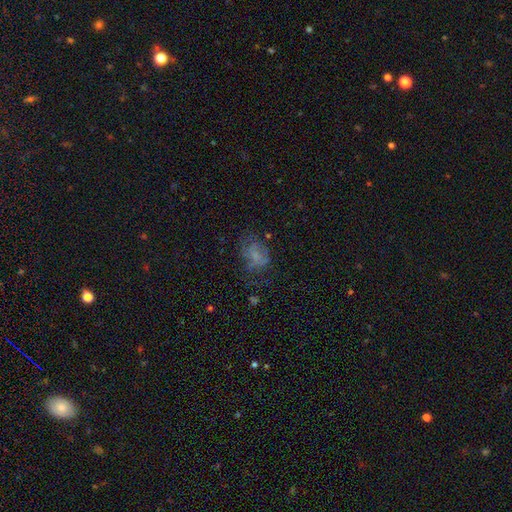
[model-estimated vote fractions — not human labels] A smooth galaxy with no disk features (49%).

Vote fractions:
- Smooth or featured? smooth: 49% / featured or disk: 32% / star or artifact: 19%
- Merging? none: 44% / major disturbance: 29% / minor disturbance: 23% / merger: 3%